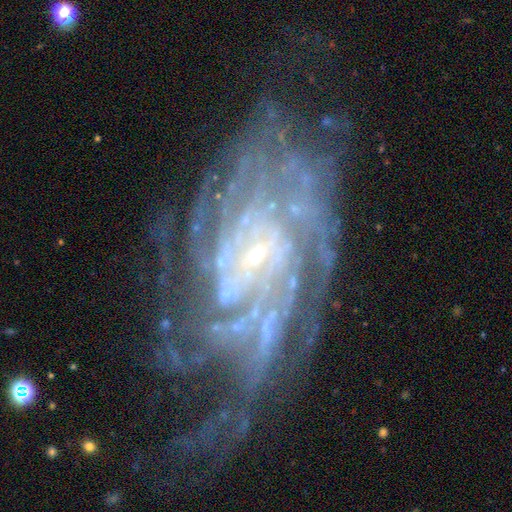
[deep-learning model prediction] Overall: featured or disk (89%). Edge-on disk: no (96%). Bar: no (53%; weak 33%). Spiral arms: yes (97%). Spiral arm count: can't tell (28%; more than 4 23%). Spiral winding: tight (67%). Bulge size: small (83%). Merging: none (58%; minor disturbance 20%).